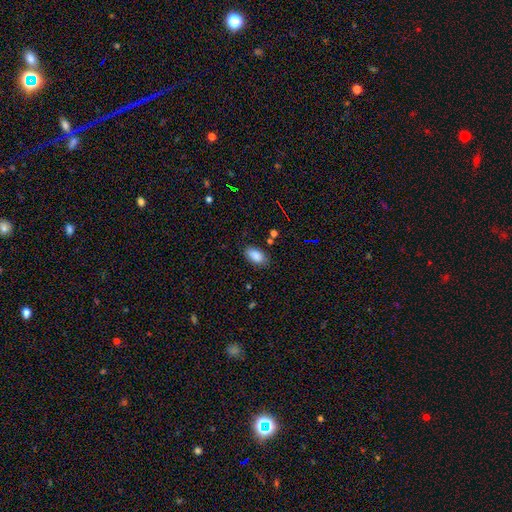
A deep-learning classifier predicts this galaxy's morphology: type=smooth (87%); roundness=in between (93%); merging=none (82%).